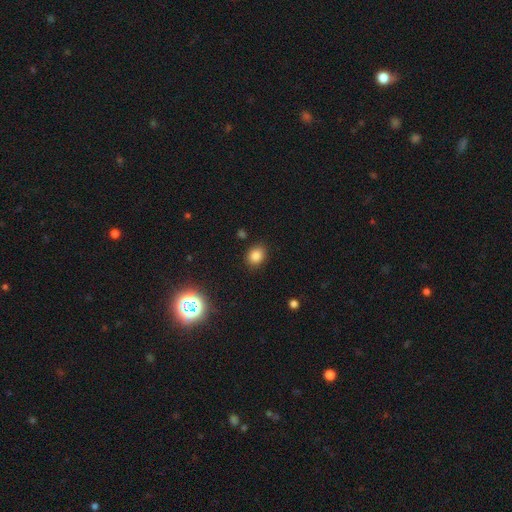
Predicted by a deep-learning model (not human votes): smooth_or_featured: smooth (p=0.83) [alt: star or artifact p=0.13]
how_rounded: round (p=0.56) [alt: in between p=0.43]
merging: none (p=0.87) [alt: minor disturbance p=0.09]